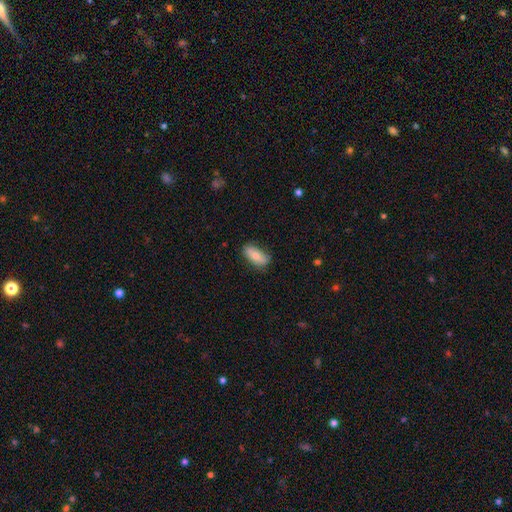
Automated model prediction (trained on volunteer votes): smooth_or_featured: smooth (p=0.68) [alt: featured or disk p=0.26]
how_rounded: in between (p=0.87) [alt: cigar-shaped p=0.09]
merging: none (p=0.77) [alt: minor disturbance p=0.19]